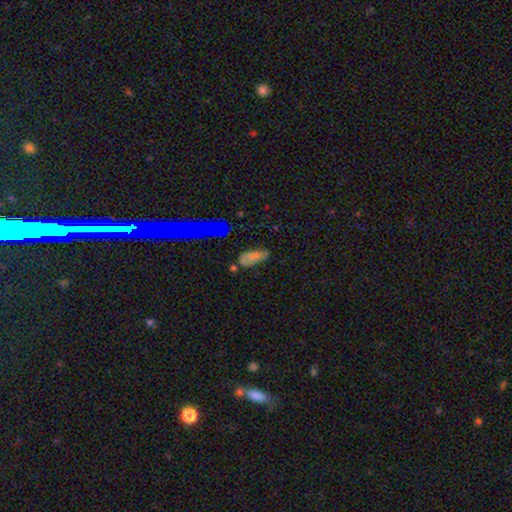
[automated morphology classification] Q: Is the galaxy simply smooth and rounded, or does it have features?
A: smooth — 52%.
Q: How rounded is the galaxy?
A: in between — 77%.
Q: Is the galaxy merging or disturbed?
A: none — 57%.